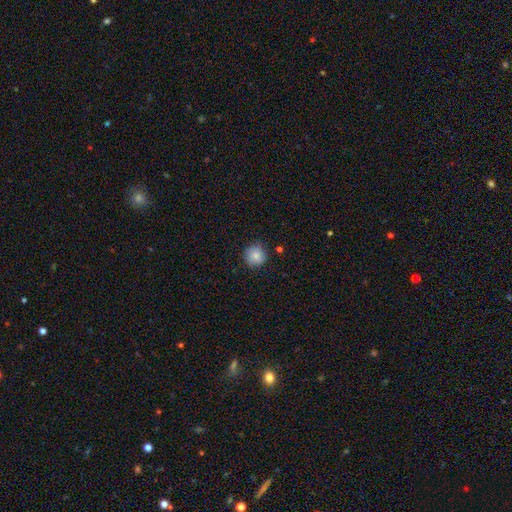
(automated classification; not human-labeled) smooth_or_featured: smooth (p=0.81) [alt: featured or disk p=0.10]
how_rounded: round (p=0.92) [alt: in between p=0.07]
merging: none (p=0.81) [alt: minor disturbance p=0.14]